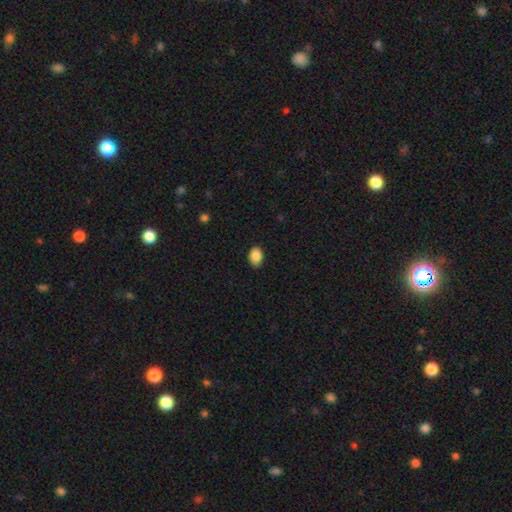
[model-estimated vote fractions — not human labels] The model was most divided on "how rounded": in between: 84%, round: 15%, cigar-shaped: 1%. More confident: smooth or featured — smooth (89%); merging — none (88%).